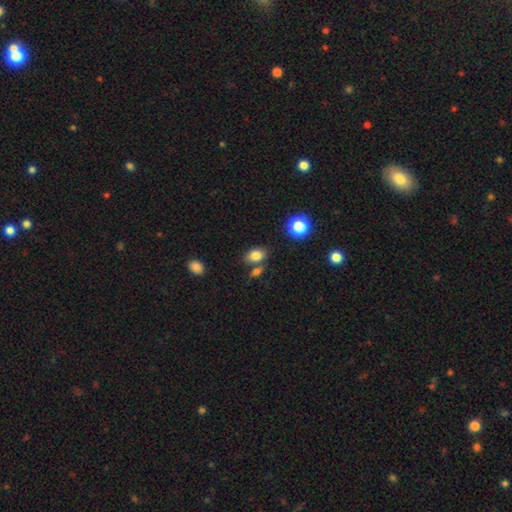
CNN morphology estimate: smooth_or_featured: smooth (p=0.82) [alt: star or artifact p=0.11]
how_rounded: in between (p=0.77) [alt: round p=0.22]
merging: none (p=0.64) [alt: merger p=0.18]